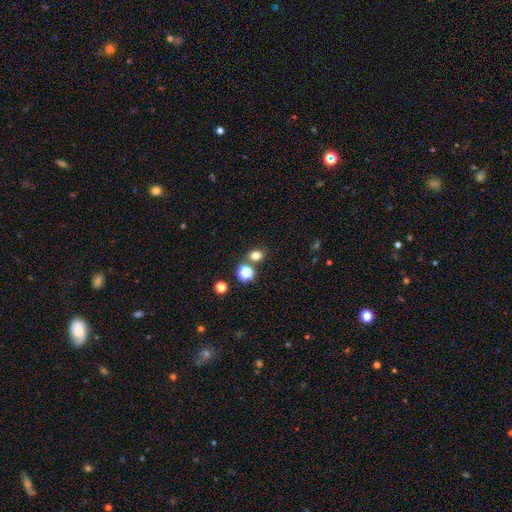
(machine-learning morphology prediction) A smooth galaxy with no disk features (76%) that is round (69%). Merging: none (77%).